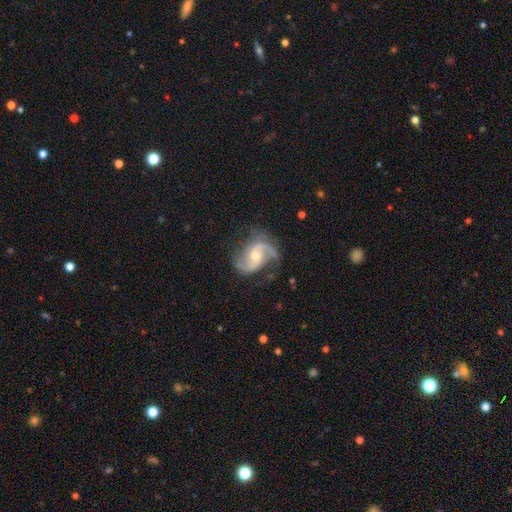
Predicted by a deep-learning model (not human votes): Overall: featured or disk (89%). Edge-on disk: no (98%). Bar: no (51%; weak 40%). Spiral arms: yes (97%). Spiral arm count: 2 (90%). Spiral winding: medium (49%; loose 39%). Bulge size: moderate (51%; small 42%). Merging: none (70%).